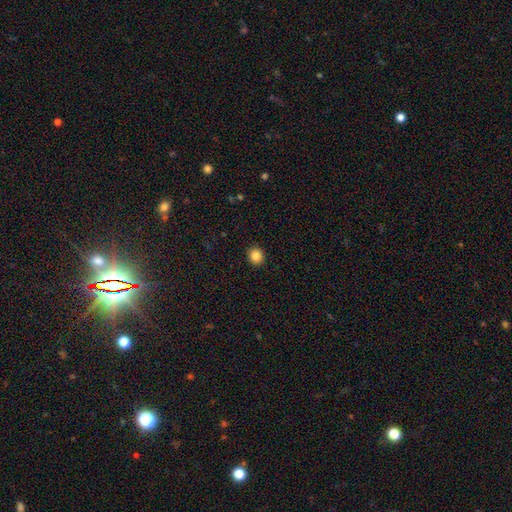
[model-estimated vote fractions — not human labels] Smooth or featured? Predicted: smooth (p=0.85). How rounded? Predicted: round (p=0.81). Merging? Predicted: none (p=0.92).